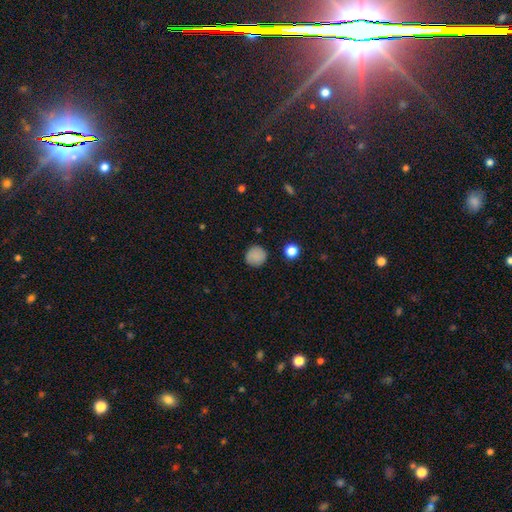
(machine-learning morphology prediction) A smooth galaxy with no disk features (85%) that is round (92%). Merging: none (87%).